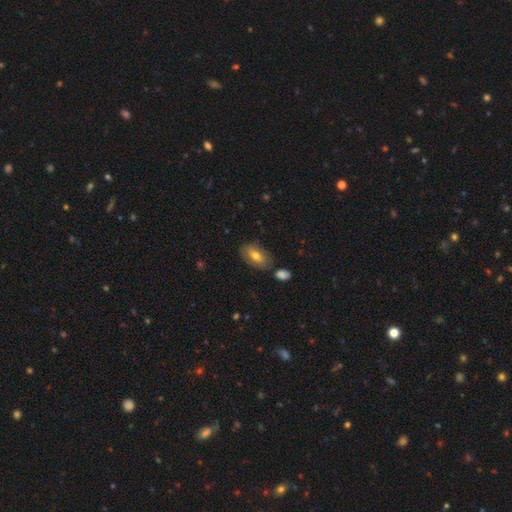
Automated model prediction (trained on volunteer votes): smooth-or-featured: smooth: 66% | featured or disk: 26% | star or artifact: 7%
  how-rounded: in between: 90% | round: 7% | cigar-shaped: 3%
  merging: none: 76% | minor disturbance: 15% | merger: 5% | major disturbance: 4%